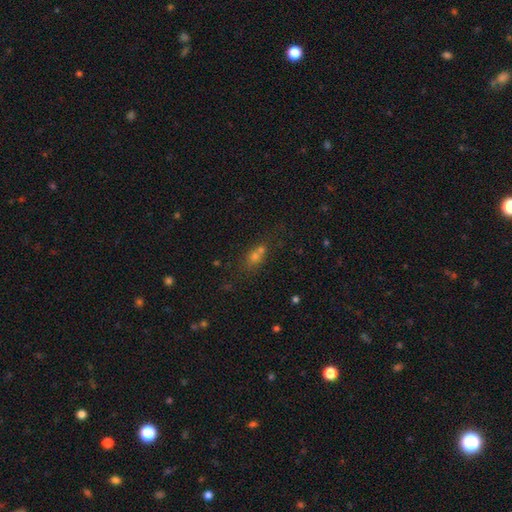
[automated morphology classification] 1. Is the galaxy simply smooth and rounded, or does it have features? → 58% smooth, 28% star or artifact, 14% featured or disk.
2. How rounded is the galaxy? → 48% round, 46% in between, 7% cigar-shaped.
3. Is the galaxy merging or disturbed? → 43% none, 40% merger, 11% minor disturbance, 6% major disturbance.